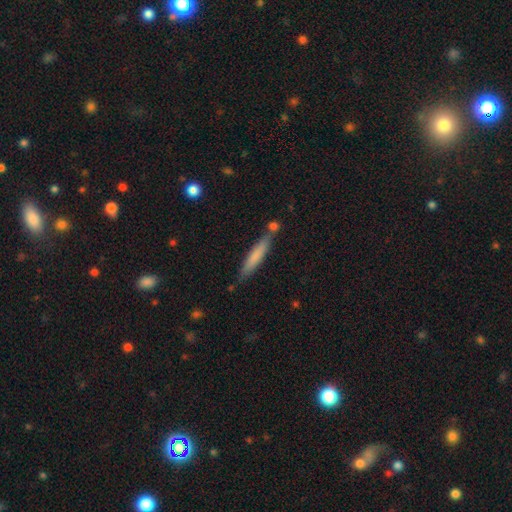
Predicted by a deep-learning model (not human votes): Smooth or featured: smooth — 70% (featured or disk — 24%)
How rounded: cigar-shaped — 93% (in between — 6%)
Merging: none — 78% (minor disturbance — 13%)